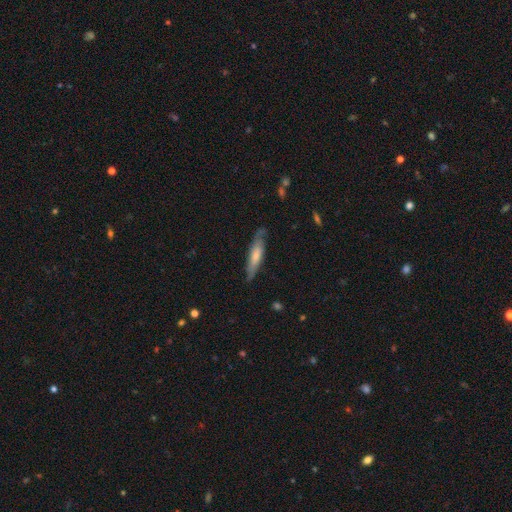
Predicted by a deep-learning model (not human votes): Smooth or featured?
  - smooth: 54% *
  - featured or disk: 41%
  - star or artifact: 5%
How rounded?
  - cigar-shaped: 75% *
  - in between: 23%
  - round: 2%
Merging?
  - none: 71% *
  - minor disturbance: 22%
  - major disturbance: 6%
  - merger: 2%